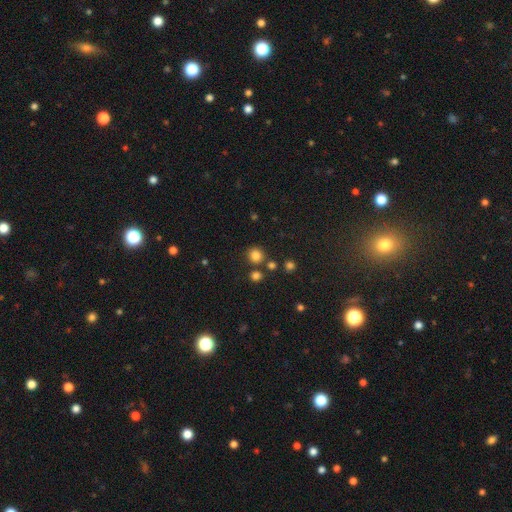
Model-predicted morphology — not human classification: Smooth or featured: smooth — 81% (star or artifact — 15%)
How rounded: round — 90% (in between — 10%)
Merging: none — 79% (merger — 10%)